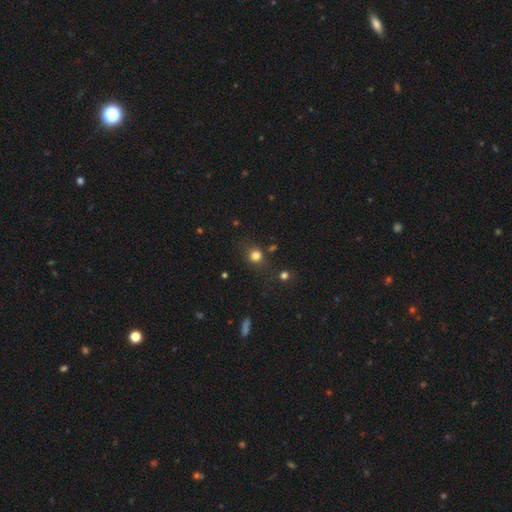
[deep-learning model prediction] smooth 79%, star or artifact 15%, featured or disk 6%. Down the decision tree: how rounded — round (84%); merging — none (76%).